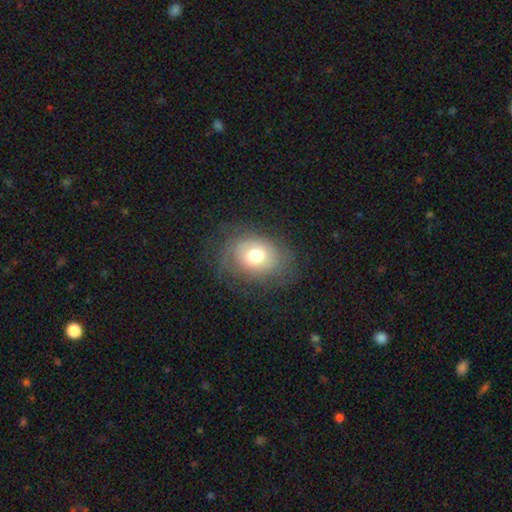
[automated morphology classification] Q: Smooth or featured?
A: smooth (60%); runner-up: featured or disk (30%)
Q: How rounded?
A: in between (63%); runner-up: round (36%)
Q: Merging?
A: none (66%); runner-up: minor disturbance (20%)